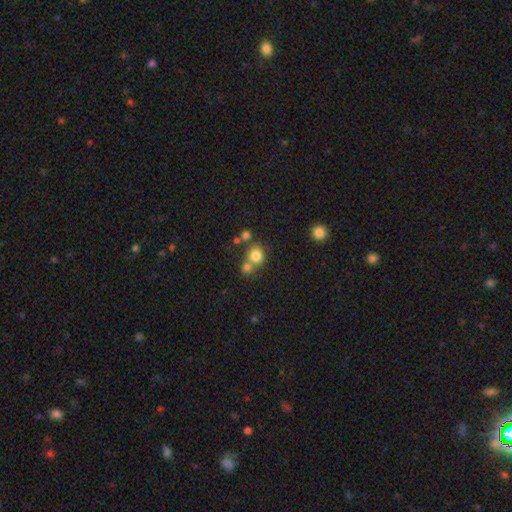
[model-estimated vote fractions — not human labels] A smooth galaxy with no disk features (79%) that is round (83%). Merging: none (51%).